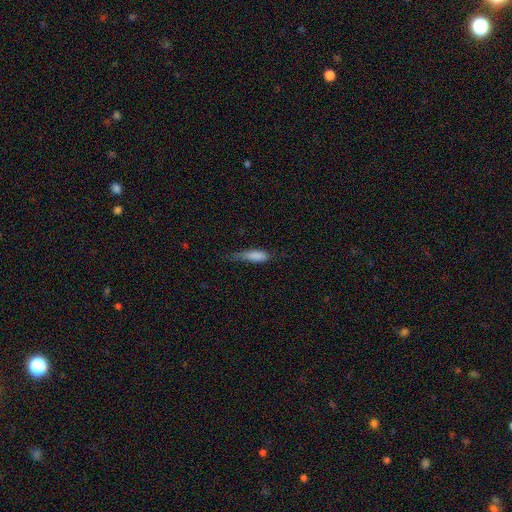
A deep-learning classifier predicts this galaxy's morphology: A smooth galaxy with no disk features (80%) that is cigar-shaped (51%). Merging: minor disturbance (41%).